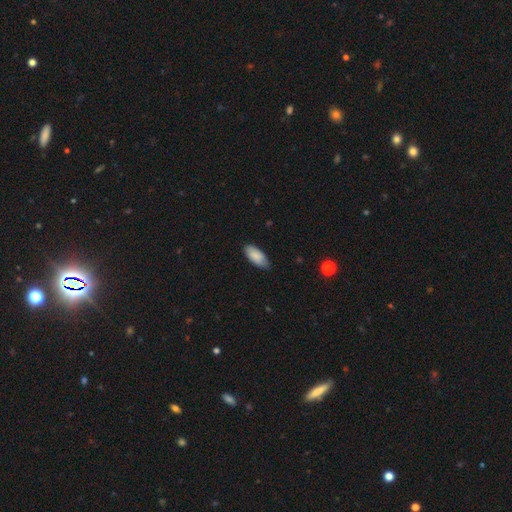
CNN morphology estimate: Smooth or featured?
  - smooth: 86% *
  - featured or disk: 8%
  - star or artifact: 6%
How rounded?
  - in between: 89% *
  - cigar-shaped: 9%
  - round: 2%
Merging?
  - none: 76% *
  - minor disturbance: 21%
  - major disturbance: 3%
  - merger: 1%